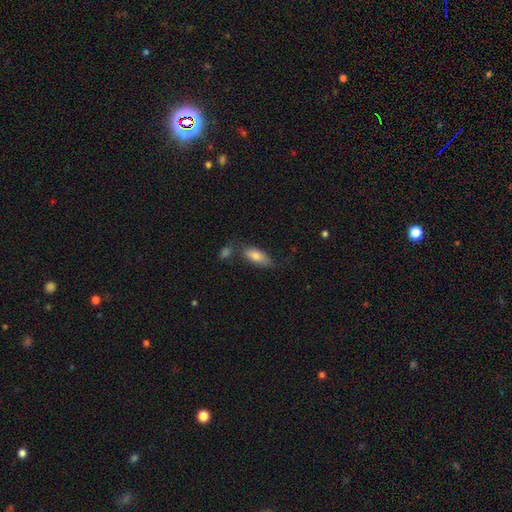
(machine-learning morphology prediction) A smooth galaxy with no disk features (73%) that is in between round and cigar-shaped (77%). Merging: none (59%).